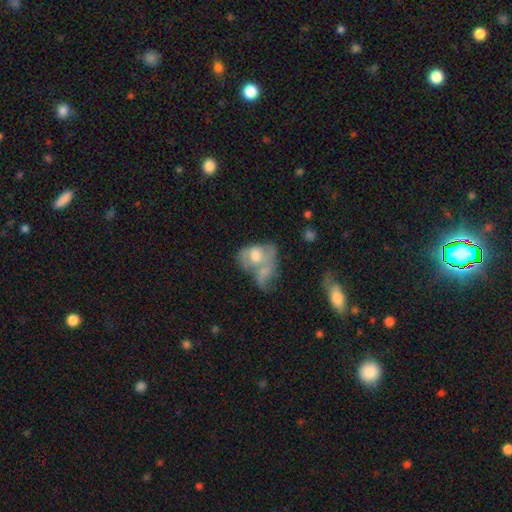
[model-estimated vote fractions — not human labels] smooth_or_featured: smooth (p=0.48) [alt: featured or disk p=0.43]
merging: merger (p=0.67) [alt: none p=0.14]